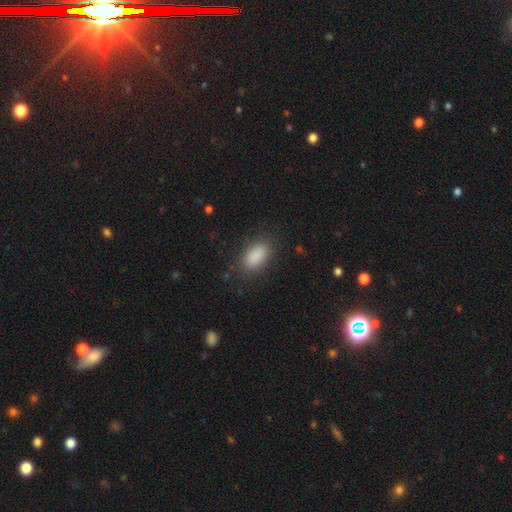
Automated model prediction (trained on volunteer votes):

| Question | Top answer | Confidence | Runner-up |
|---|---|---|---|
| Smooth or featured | smooth | 88% | star or artifact (8%) |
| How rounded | in between | 91% | round (5%) |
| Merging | none | 84% | minor disturbance (11%) |